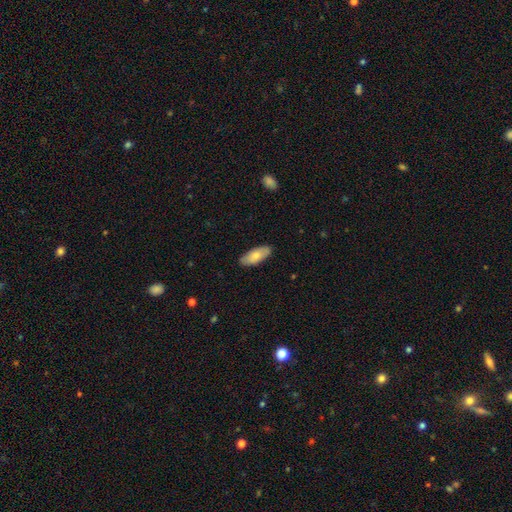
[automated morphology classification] A smooth galaxy with no disk features (73%) that is in between round and cigar-shaped (83%). Merging: none (87%).